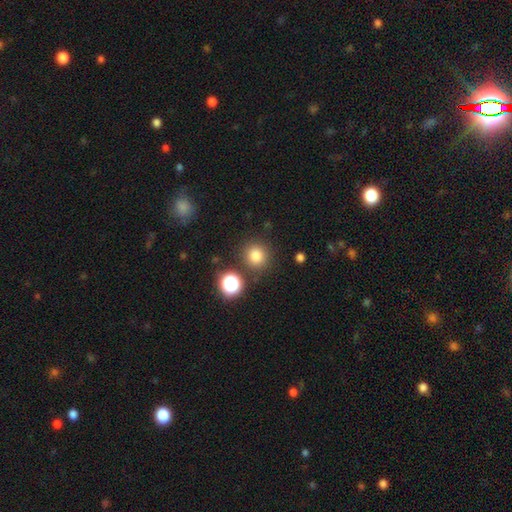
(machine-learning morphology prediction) Smooth or featured? Predicted: smooth (p=0.79). How rounded? Predicted: round (p=0.92). Merging? Predicted: none (p=0.84).